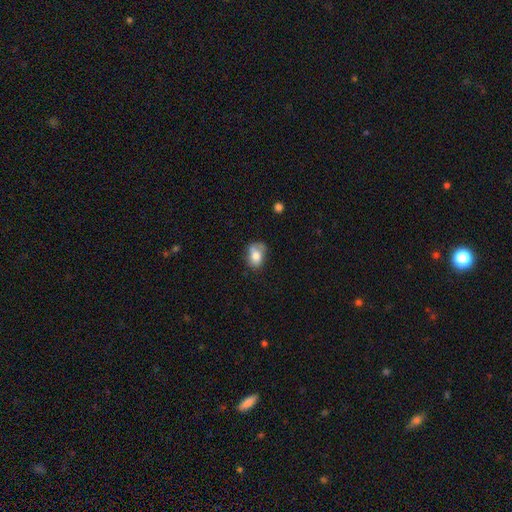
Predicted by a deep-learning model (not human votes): smooth 72%, featured or disk 18%, star or artifact 9%. Down the decision tree: how rounded — in between (67%); merging — none (41%).